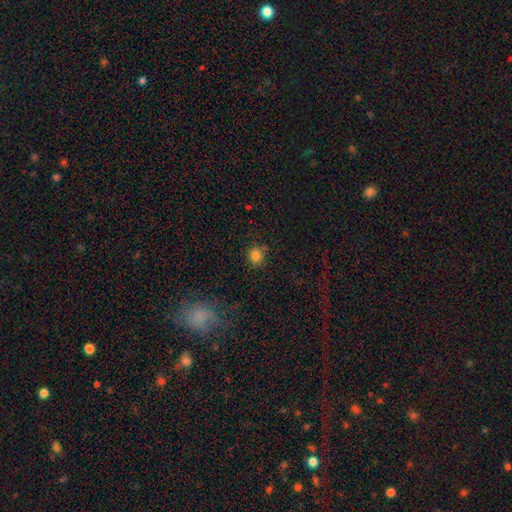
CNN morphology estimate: Smooth or featured?
  - smooth: 81% *
  - star or artifact: 14%
  - featured or disk: 5%
How rounded?
  - round: 88% *
  - in between: 11%
  - cigar-shaped: 1%
Merging?
  - none: 82% *
  - minor disturbance: 12%
  - major disturbance: 3%
  - merger: 3%